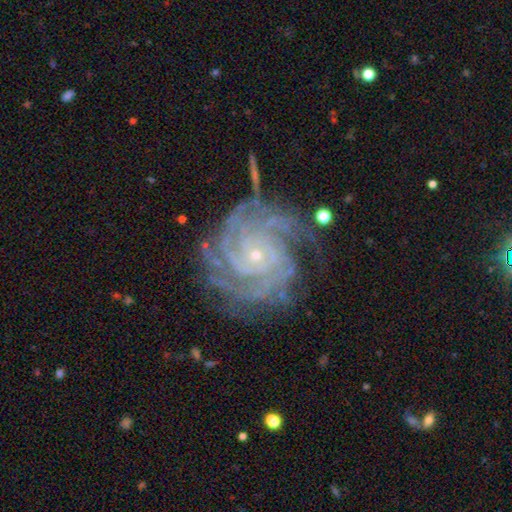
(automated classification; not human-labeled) Smooth or featured: featured or disk — 91% (star or artifact — 6%)
Edge-on disk: no — 98% (yes — 2%)
Bar: no — 76% (weak — 16%)
Spiral arms: yes — 99% (no — 1%)
Spiral winding: tight — 79% (medium — 18%)
Spiral arm count: 4 — 31% (3 — 20%)
Bulge size: small — 85% (moderate — 12%)
Merging: none — 69% (minor disturbance — 19%)